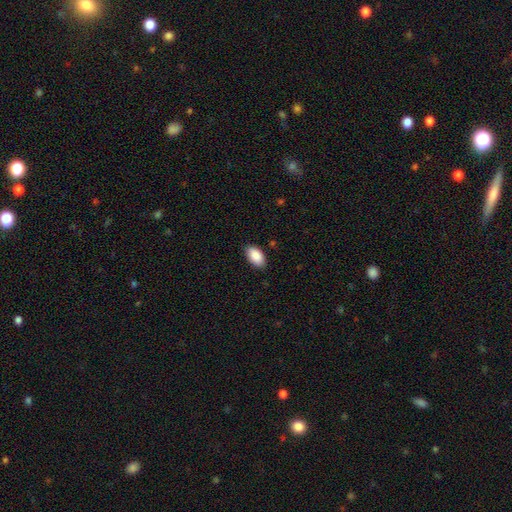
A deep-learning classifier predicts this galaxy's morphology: smooth_or_featured: smooth (p=0.90) [alt: star or artifact p=0.06]
how_rounded: in between (p=0.95) [alt: round p=0.03]
merging: none (p=0.87) [alt: minor disturbance p=0.10]